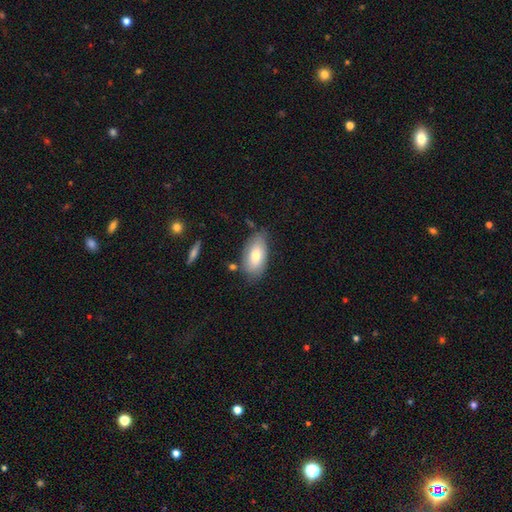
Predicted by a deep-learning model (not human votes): A smooth galaxy with no disk features (73%) that is in between round and cigar-shaped (92%). Merging: none (71%).